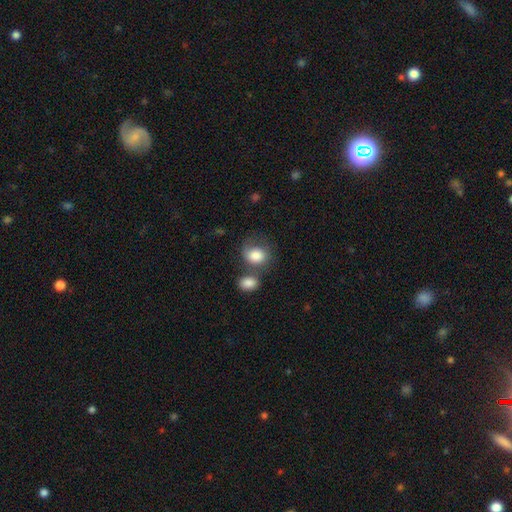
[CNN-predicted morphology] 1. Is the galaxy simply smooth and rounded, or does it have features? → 80% smooth, 13% featured or disk, 7% star or artifact.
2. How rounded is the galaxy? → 52% round, 47% in between, 1% cigar-shaped.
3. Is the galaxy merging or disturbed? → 37% none, 33% merger, 18% minor disturbance, 12% major disturbance.